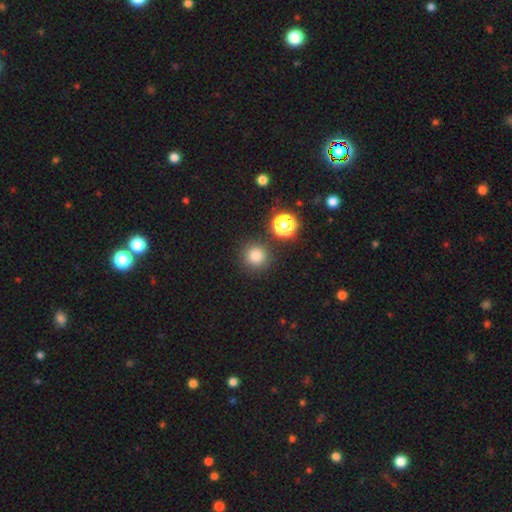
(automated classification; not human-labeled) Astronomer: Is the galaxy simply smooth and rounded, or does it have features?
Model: smooth — 81%.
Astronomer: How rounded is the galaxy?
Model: round — 93%.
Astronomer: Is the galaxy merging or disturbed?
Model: none — 85%.